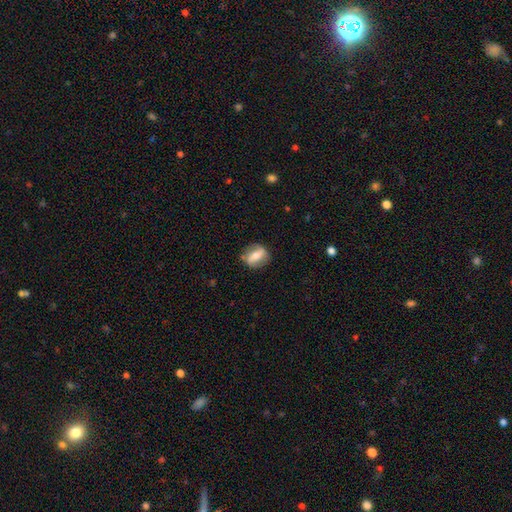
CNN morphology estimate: type=smooth (47%); merging=none (80%).